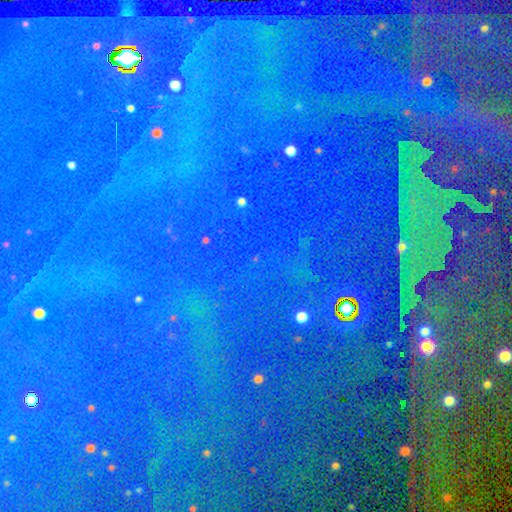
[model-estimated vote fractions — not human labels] Smooth or featured?
  - star or artifact: 82% *
  - smooth: 10%
  - featured or disk: 8%